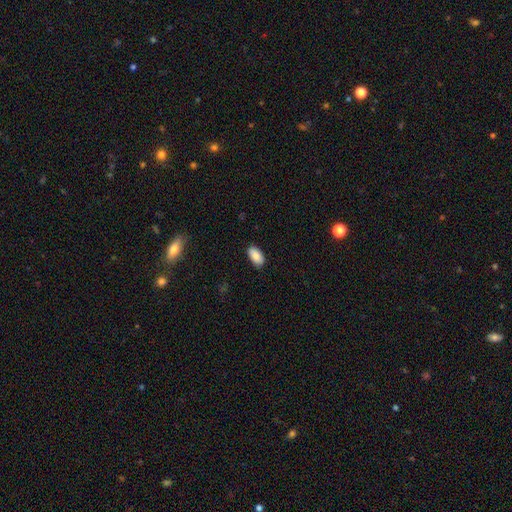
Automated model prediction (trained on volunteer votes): Smooth or featured: smooth — 88% (star or artifact — 7%)
How rounded: in between — 94% (round — 3%)
Merging: none — 87% (minor disturbance — 10%)